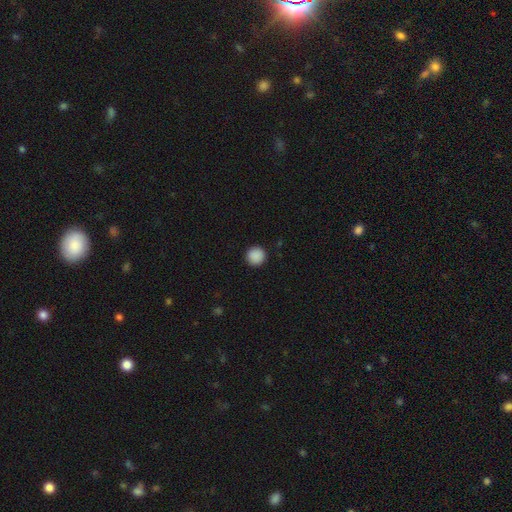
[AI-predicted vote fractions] Smooth or featured?
  - smooth: 89% *
  - star or artifact: 9%
  - featured or disk: 2%
How rounded?
  - round: 96% *
  - in between: 3%
  - cigar-shaped: 1%
Merging?
  - none: 93% *
  - minor disturbance: 5%
  - major disturbance: 2%
  - merger: 1%